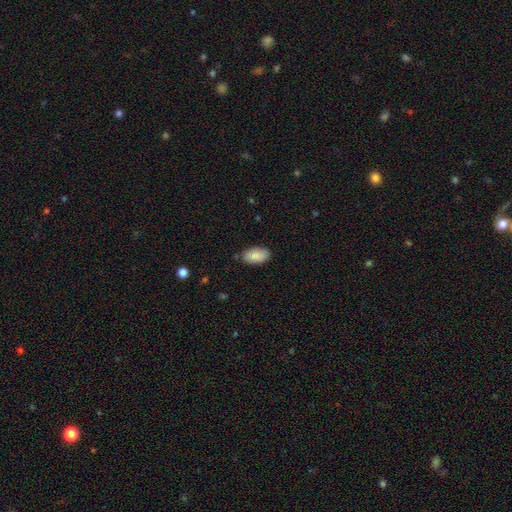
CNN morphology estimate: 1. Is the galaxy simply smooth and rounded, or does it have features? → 86% smooth, 8% featured or disk, 7% star or artifact.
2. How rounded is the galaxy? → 94% in between, 3% round, 2% cigar-shaped.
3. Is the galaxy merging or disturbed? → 80% none, 16% minor disturbance, 3% major disturbance, 1% merger.